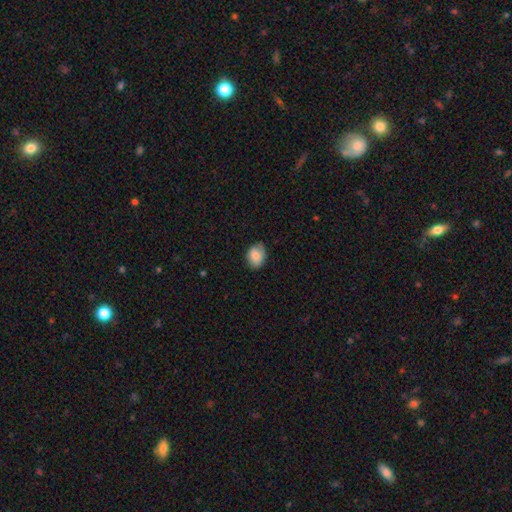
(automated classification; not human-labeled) smooth 85%, featured or disk 8%, star or artifact 7%. Down the decision tree: how rounded — in between (59%); merging — none (75%).